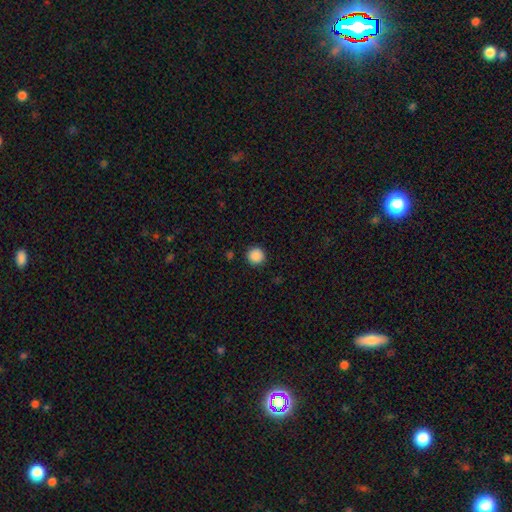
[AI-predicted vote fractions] Morphology: type=smooth (88%); roundness=round (96%); merging=none (92%).